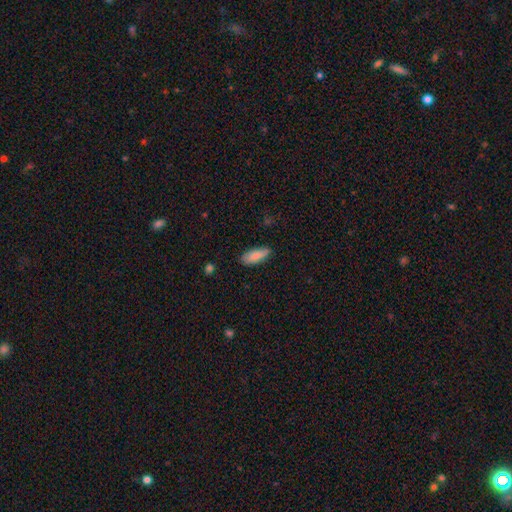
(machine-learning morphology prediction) Overall: smooth (86%). How rounded: in between (77%). Merging: none (78%).